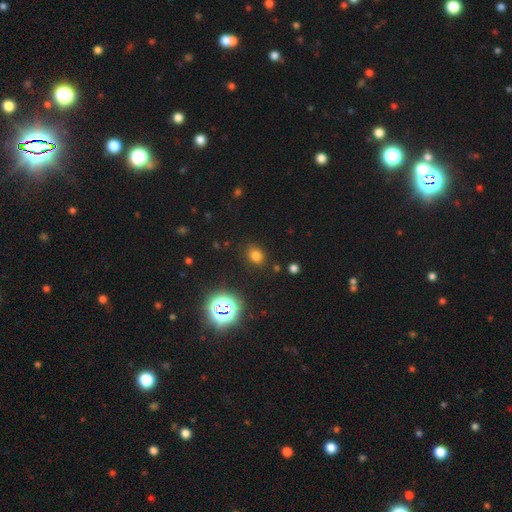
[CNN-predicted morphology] Q: Smooth or featured?
A: smooth (73%); runner-up: star or artifact (21%)
Q: How rounded?
A: round (52%); runner-up: in between (47%)
Q: Merging?
A: none (83%); runner-up: minor disturbance (11%)